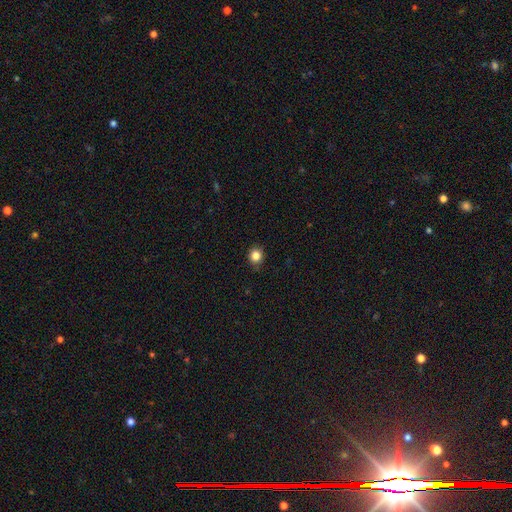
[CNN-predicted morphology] The model was most divided on "how rounded": round: 85%, in between: 14%, cigar-shaped: 1%. More confident: merging — none (87%); smooth or featured — smooth (84%).